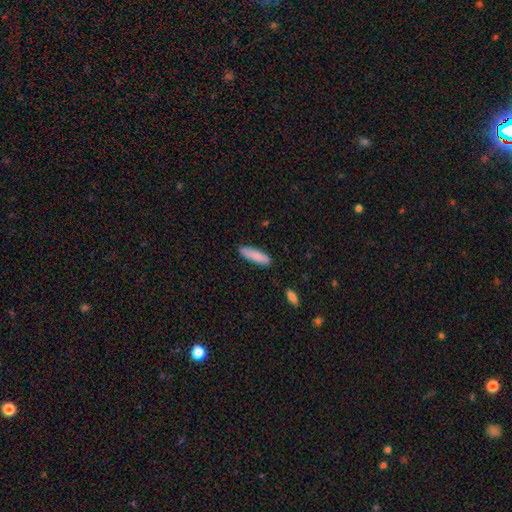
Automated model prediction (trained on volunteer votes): A smooth galaxy with no disk features (86%) that is cigar-shaped (69%).

Vote fractions:
- Smooth or featured? smooth: 86% / featured or disk: 8% / star or artifact: 6%
- How rounded? cigar-shaped: 69% / in between: 30% / round: 1%
- Merging? none: 87% / minor disturbance: 10% / major disturbance: 2% / merger: 2%